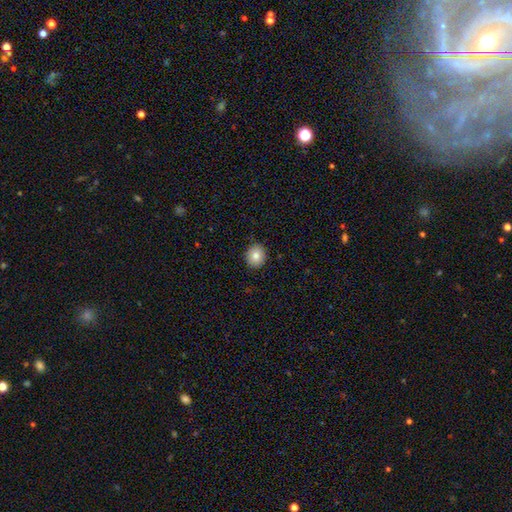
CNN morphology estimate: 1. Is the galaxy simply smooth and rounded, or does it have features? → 83% smooth, 9% star or artifact, 9% featured or disk.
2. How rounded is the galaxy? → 72% round, 27% in between, 1% cigar-shaped.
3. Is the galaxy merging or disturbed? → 89% none, 8% minor disturbance, 2% major disturbance, 1% merger.